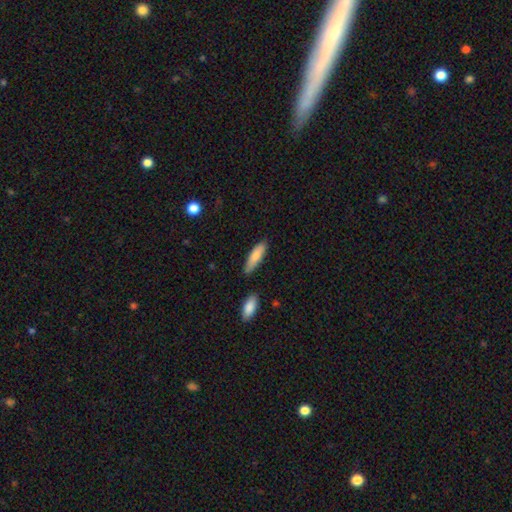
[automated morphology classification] A smooth galaxy with no disk features (82%) that is cigar-shaped (53%).

Vote fractions:
- Smooth or featured? smooth: 82% / featured or disk: 12% / star or artifact: 6%
- How rounded? cigar-shaped: 53% / in between: 45% / round: 2%
- Merging? none: 76% / minor disturbance: 17% / merger: 4% / major disturbance: 3%